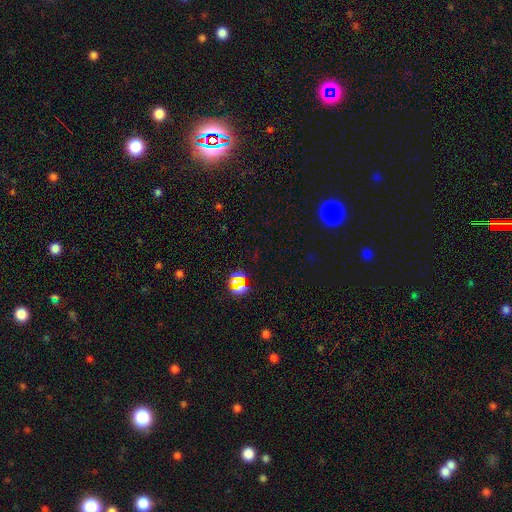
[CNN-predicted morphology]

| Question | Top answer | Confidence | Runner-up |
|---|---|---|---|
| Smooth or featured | star or artifact | 72% | smooth (19%) |